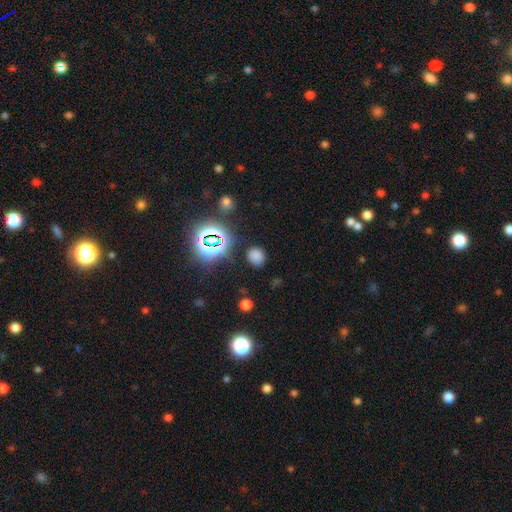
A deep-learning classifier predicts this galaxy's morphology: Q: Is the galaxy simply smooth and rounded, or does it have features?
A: smooth — 70%.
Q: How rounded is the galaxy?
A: round — 79%.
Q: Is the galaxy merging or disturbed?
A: none — 82%.